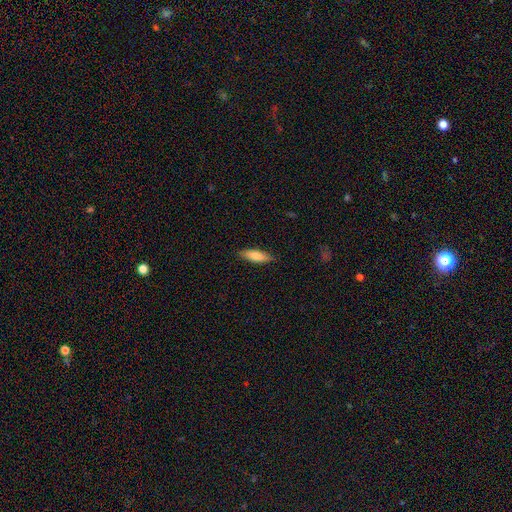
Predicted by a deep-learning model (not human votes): This is likely a smooth galaxy (77%). How rounded: possibly cigar-shaped (52%). Merging: clearly none (87%).